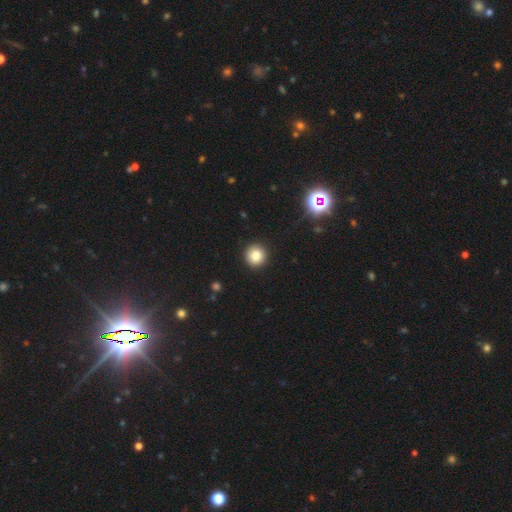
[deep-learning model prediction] Smooth or featured: smooth — 82% (star or artifact — 11%)
How rounded: round — 94% (in between — 5%)
Merging: none — 92% (minor disturbance — 5%)